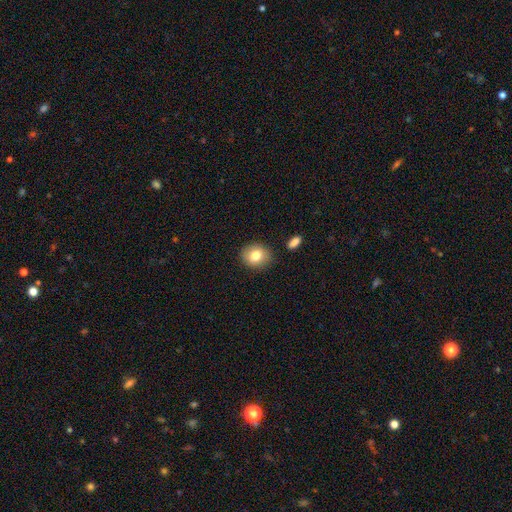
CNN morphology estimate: Smooth or featured? Predicted: smooth (p=0.80). How rounded? Predicted: round (p=0.63). Merging? Predicted: none (p=0.85).